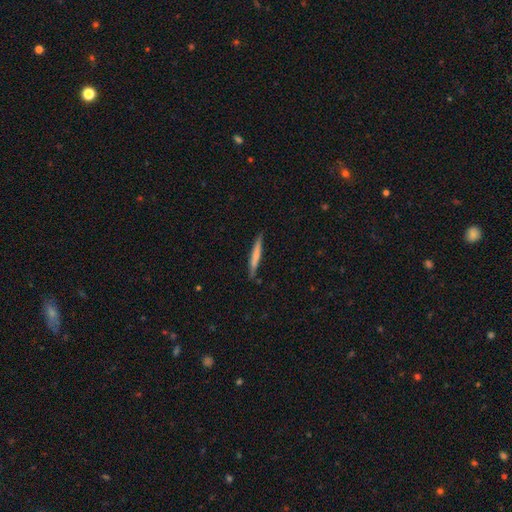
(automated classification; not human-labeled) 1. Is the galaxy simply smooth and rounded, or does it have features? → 63% smooth, 31% featured or disk, 6% star or artifact.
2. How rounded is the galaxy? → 95% cigar-shaped, 3% in between, 1% round.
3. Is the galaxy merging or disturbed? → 86% none, 11% minor disturbance, 2% major disturbance, 1% merger.